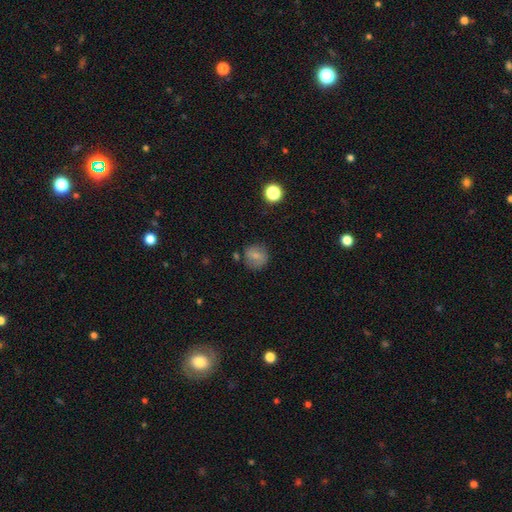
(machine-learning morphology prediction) A smooth galaxy with no disk features (73%) that is round (83%).

Vote fractions:
- Smooth or featured? smooth: 73% / featured or disk: 16% / star or artifact: 11%
- How rounded? round: 83% / in between: 16% / cigar-shaped: 1%
- Merging? none: 76% / minor disturbance: 15% / major disturbance: 5% / merger: 4%